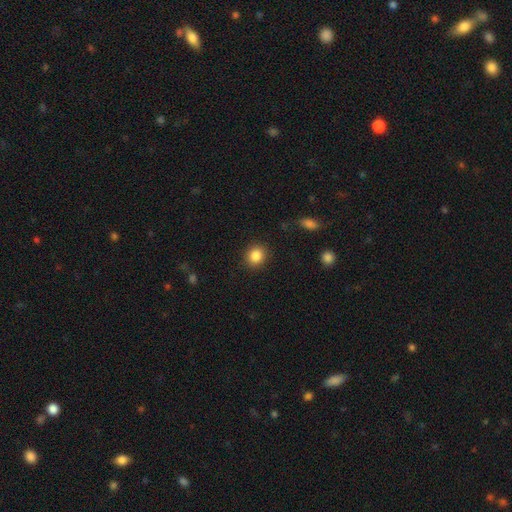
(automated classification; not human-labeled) This is clearly a smooth galaxy (86%). How rounded: clearly round (82%). Merging: clearly none (89%).